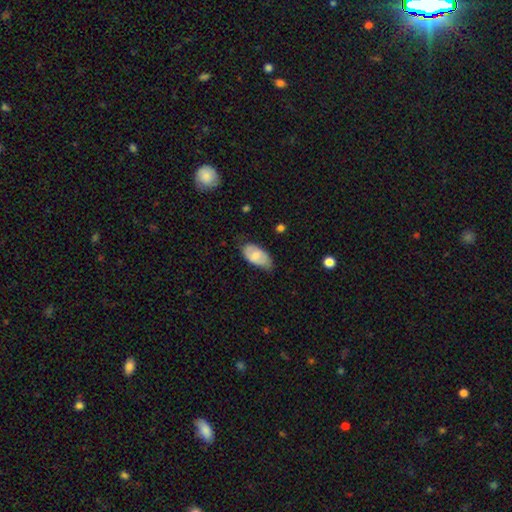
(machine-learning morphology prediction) A smooth galaxy with no disk features (64%) that is in between round and cigar-shaped (94%).

Vote fractions:
- Smooth or featured? smooth: 64% / featured or disk: 30% / star or artifact: 6%
- How rounded? in between: 94% / round: 4% / cigar-shaped: 2%
- Merging? none: 60% / minor disturbance: 33% / major disturbance: 6% / merger: 1%